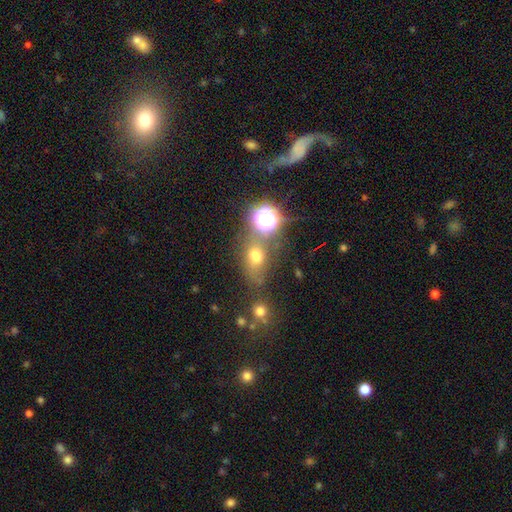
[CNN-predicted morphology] This appears to be a smooth galaxy with no disk features (60%) that is in between round and cigar-shaped (60%). Merging: none (49%).